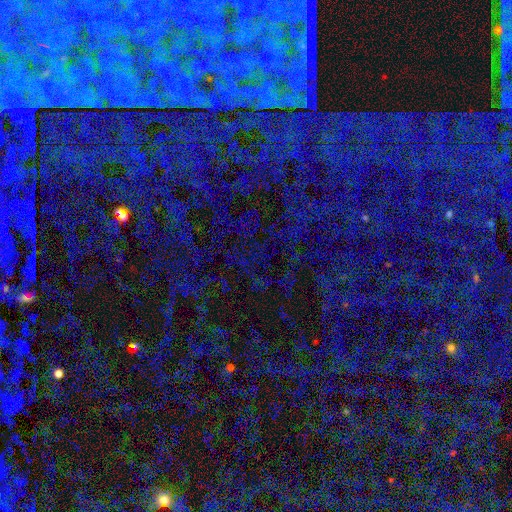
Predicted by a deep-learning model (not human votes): Smooth or featured?
  - star or artifact: 73% *
  - smooth: 17%
  - featured or disk: 10%